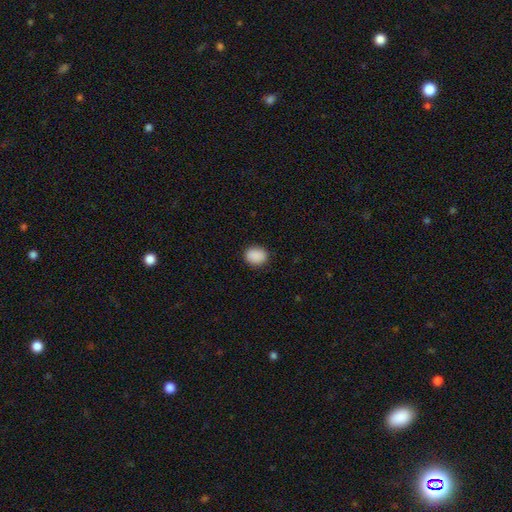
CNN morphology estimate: The model was most divided on "how rounded": round: 52%, in between: 47%, cigar-shaped: 1%. More confident: smooth or featured — smooth (90%); merging — none (89%).